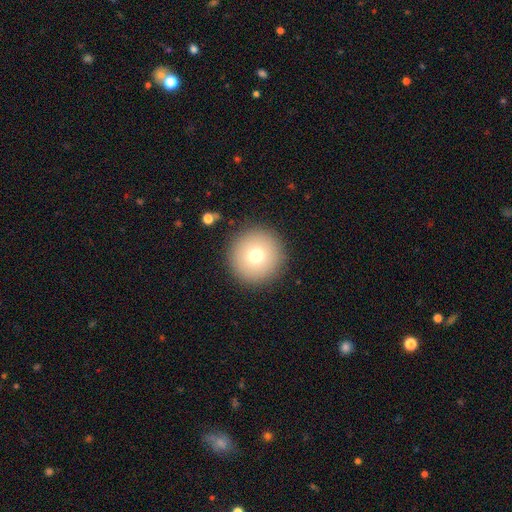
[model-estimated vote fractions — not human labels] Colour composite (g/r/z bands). It shows a smooth galaxy with no disk features (74%) that is round (97%). Merging: none (91%).